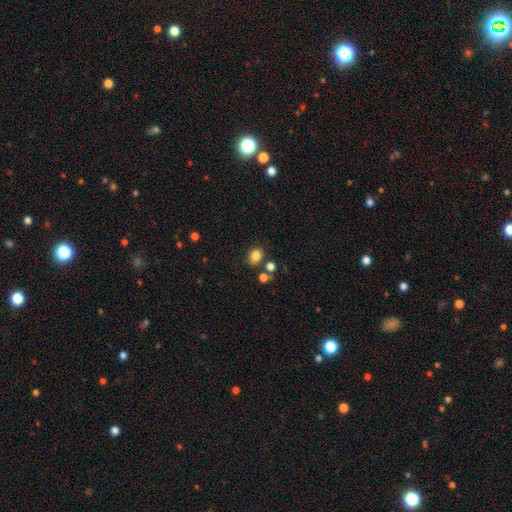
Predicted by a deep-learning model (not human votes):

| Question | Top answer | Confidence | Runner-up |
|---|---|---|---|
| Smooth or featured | smooth | 82% | star or artifact (12%) |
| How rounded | round | 51% | in between (48%) |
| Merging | none | 74% | minor disturbance (12%) |